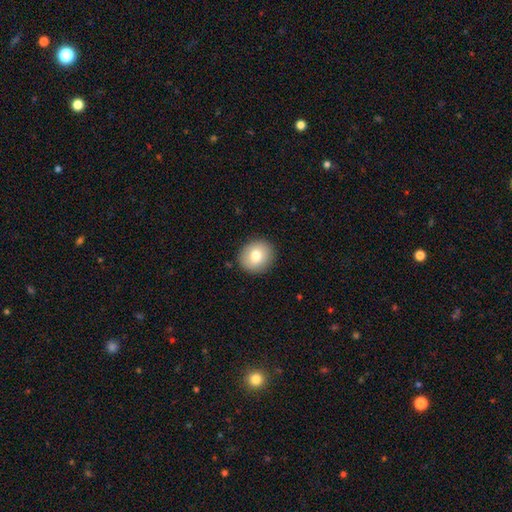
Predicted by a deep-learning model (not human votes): The model was most divided on "how rounded": round: 79%, in between: 20%, cigar-shaped: 1%. More confident: merging — none (90%); smooth or featured — smooth (77%).